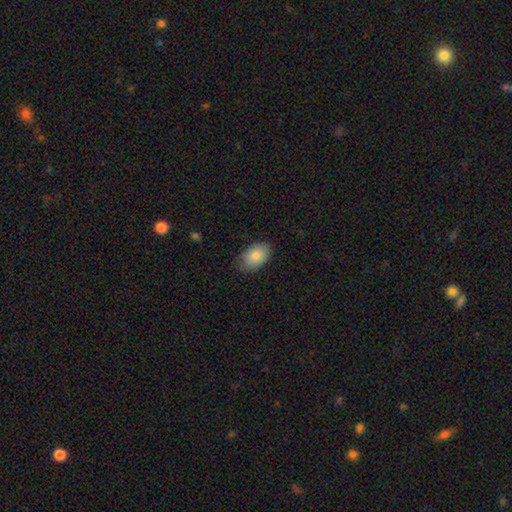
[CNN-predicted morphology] Smooth or featured? smooth (88%)
How rounded? in between (92%)
Merging? none (81%)